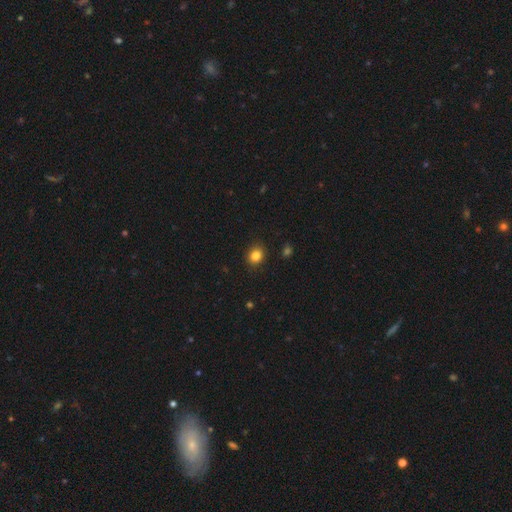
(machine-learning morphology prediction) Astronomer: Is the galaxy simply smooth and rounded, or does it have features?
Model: smooth — 84%.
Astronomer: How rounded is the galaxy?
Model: round — 65%.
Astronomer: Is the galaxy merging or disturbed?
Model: none — 90%.